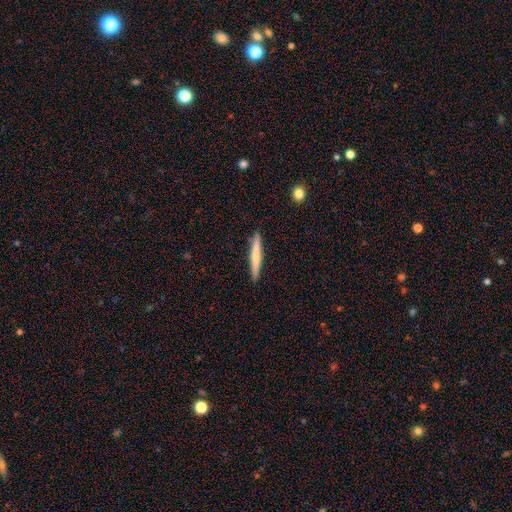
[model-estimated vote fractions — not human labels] A smooth galaxy with no disk features (64%) that is cigar-shaped (96%).

Vote fractions:
- Smooth or featured? smooth: 64% / featured or disk: 31% / star or artifact: 5%
- How rounded? cigar-shaped: 96% / in between: 3% / round: 1%
- Merging? none: 91% / minor disturbance: 7% / major disturbance: 1% / merger: 1%